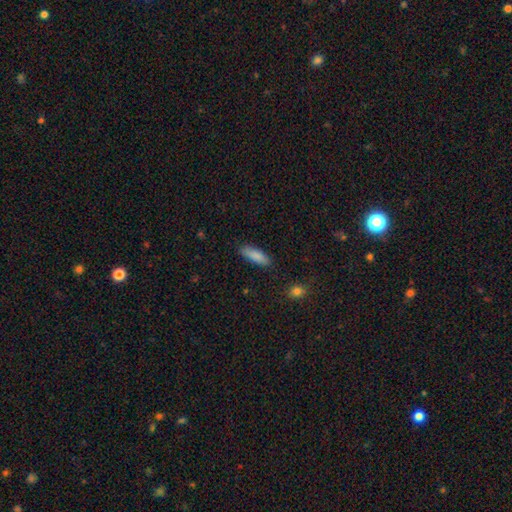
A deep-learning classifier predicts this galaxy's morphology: The model was most divided on "how rounded": in between: 53%, cigar-shaped: 45%, round: 2%. More confident: smooth or featured — smooth (87%); merging — none (85%).